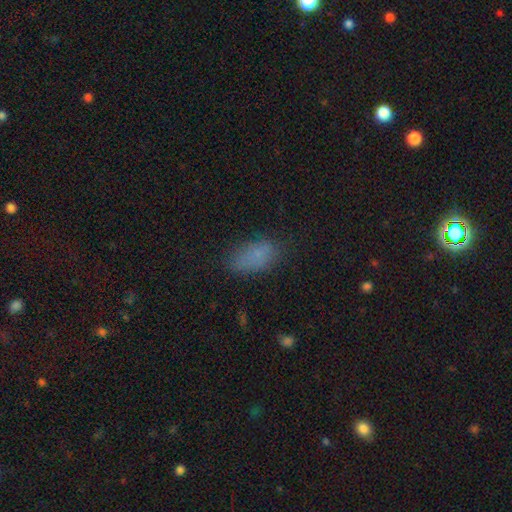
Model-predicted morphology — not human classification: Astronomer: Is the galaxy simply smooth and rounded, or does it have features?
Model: smooth — 76%.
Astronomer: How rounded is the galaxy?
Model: in between — 90%.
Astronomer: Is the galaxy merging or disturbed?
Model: none — 69%.